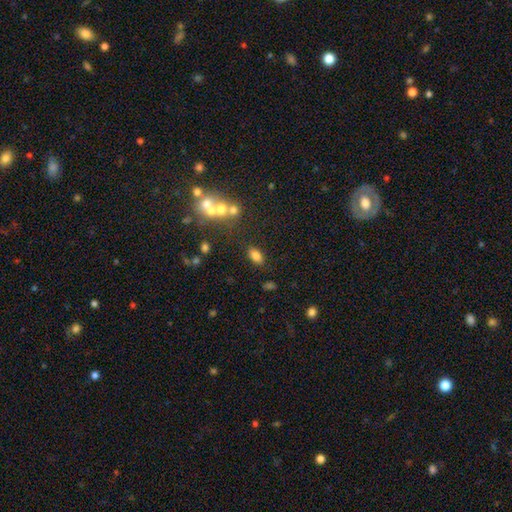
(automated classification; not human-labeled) Smooth or featured? Predicted: smooth (p=0.78). How rounded? Predicted: in between (p=0.89). Merging? Predicted: none (p=0.78).